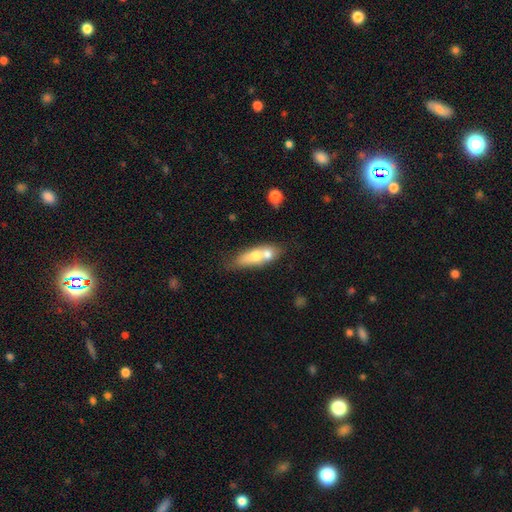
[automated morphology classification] A smooth galaxy with no disk features (62%) that is in between round and cigar-shaped (53%). Merging: merger (46%).